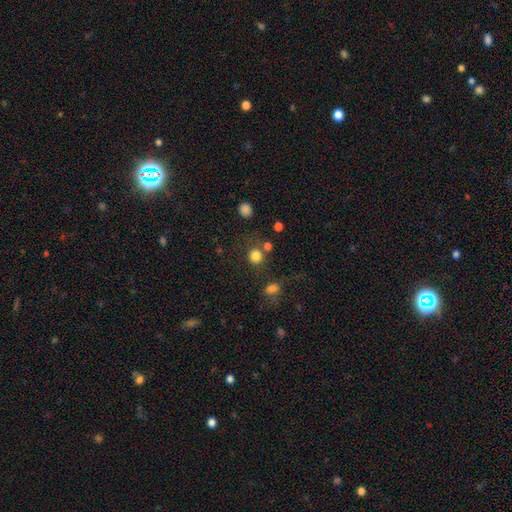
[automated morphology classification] type=smooth (81%); roundness=round (89%); merging=none (69%).